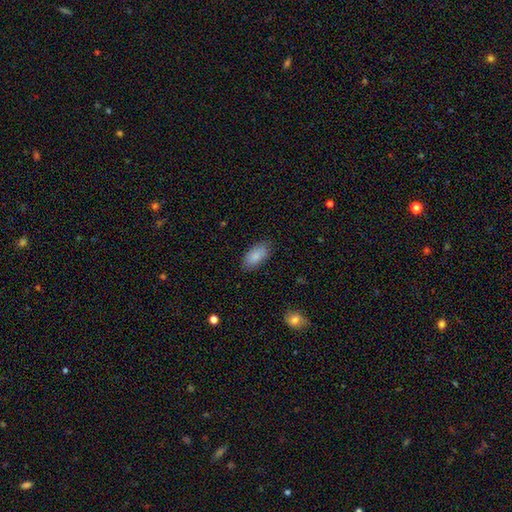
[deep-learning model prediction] smooth 87%, featured or disk 7%, star or artifact 6%. Down the decision tree: how rounded — in between (92%); merging — none (84%).